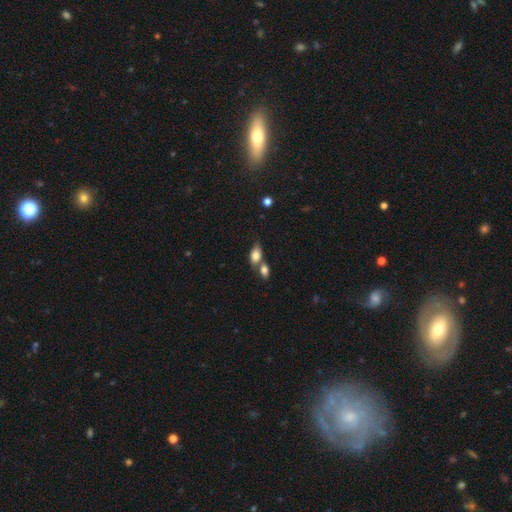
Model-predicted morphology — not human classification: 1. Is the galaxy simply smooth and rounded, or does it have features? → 80% smooth, 12% featured or disk, 8% star or artifact.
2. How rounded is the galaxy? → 86% in between, 10% round, 4% cigar-shaped.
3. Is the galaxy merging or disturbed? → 46% merger, 38% none, 11% minor disturbance, 4% major disturbance.